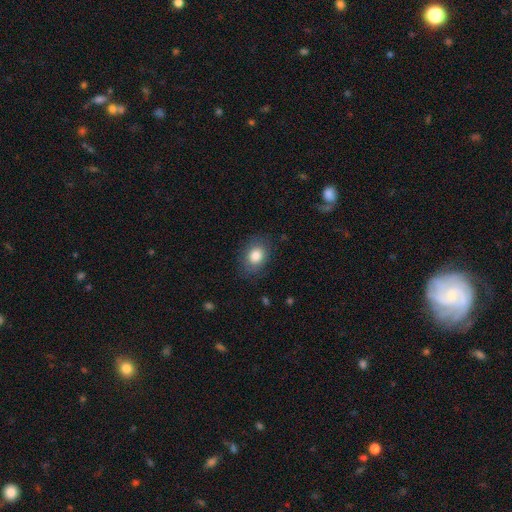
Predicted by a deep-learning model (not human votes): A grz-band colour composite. It shows a smooth galaxy with no disk features (83%) that is in between round and cigar-shaped (64%). Merging: none (81%).